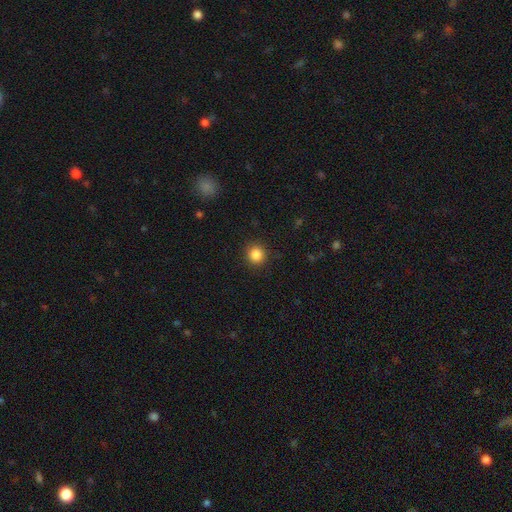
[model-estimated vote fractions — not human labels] Overall: smooth (85%). How rounded: round (93%). Merging: none (91%).